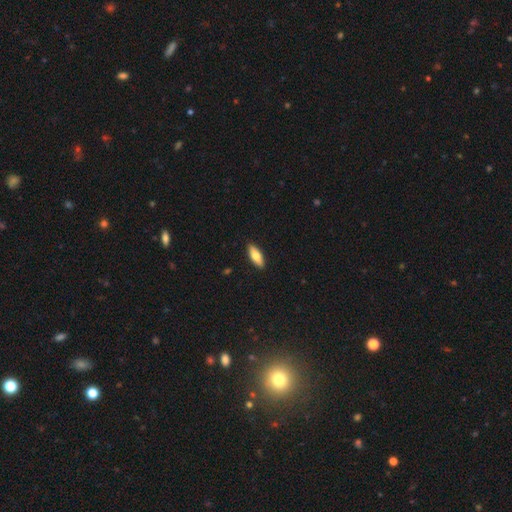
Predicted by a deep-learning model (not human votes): Q: Smooth or featured?
A: smooth (72%); runner-up: featured or disk (22%)
Q: How rounded?
A: in between (63%); runner-up: cigar-shaped (35%)
Q: Merging?
A: none (90%); runner-up: minor disturbance (7%)